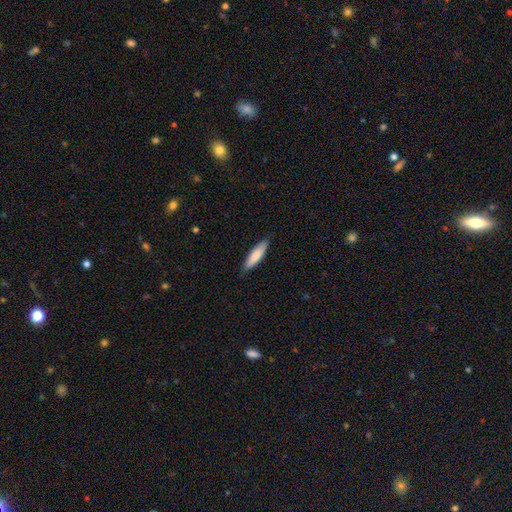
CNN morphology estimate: Smooth or featured? smooth (78%)
How rounded? cigar-shaped (72%)
Merging? none (87%)